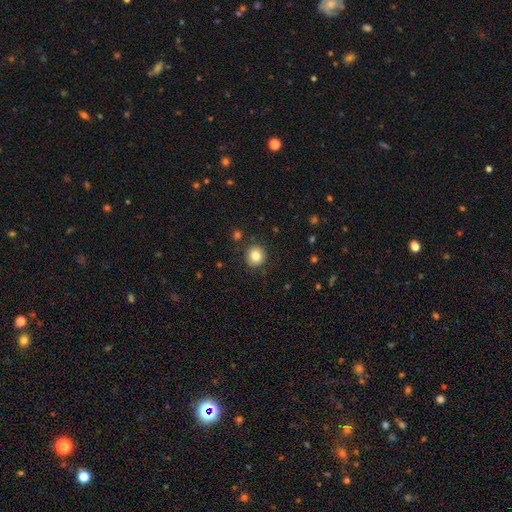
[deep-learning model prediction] smooth-or-featured: smooth: 83% | star or artifact: 10% | featured or disk: 7%
  how-rounded: round: 91% | in between: 8% | cigar-shaped: 1%
  merging: none: 89% | minor disturbance: 7% | major disturbance: 2% | merger: 2%